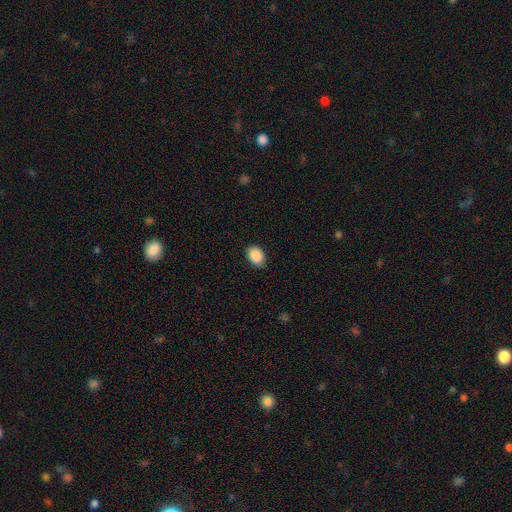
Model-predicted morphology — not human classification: smooth_or_featured: smooth (p=0.90) [alt: star or artifact p=0.07]
how_rounded: in between (p=0.76) [alt: round p=0.23]
merging: none (p=0.83) [alt: minor disturbance p=0.14]